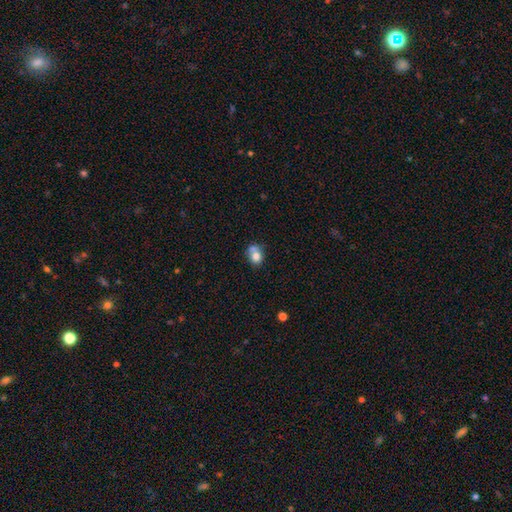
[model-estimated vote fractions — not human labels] A smooth galaxy with no disk features (76%) that is round (61%). Merging: merger (42%).